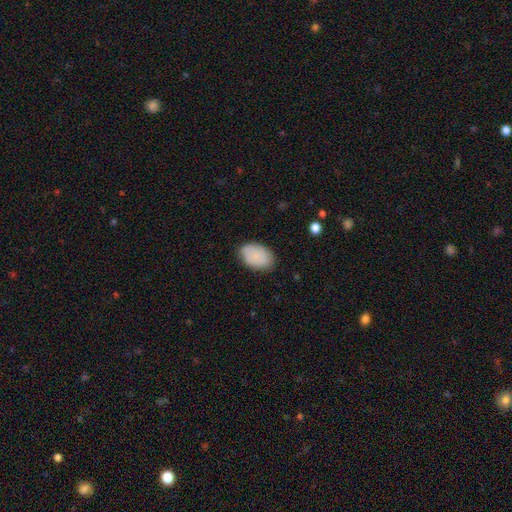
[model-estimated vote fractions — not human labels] A smooth galaxy with no disk features (85%) that is in between round and cigar-shaped (89%). Merging: none (80%).